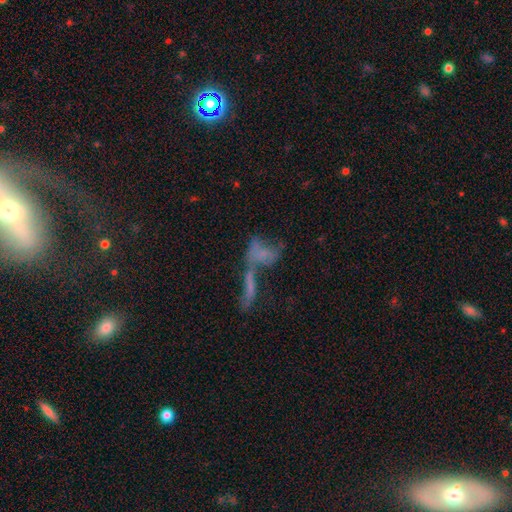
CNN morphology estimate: Smooth or featured: smooth — 40% (featured or disk — 39%)
Merging: merger — 63% (none — 16%)